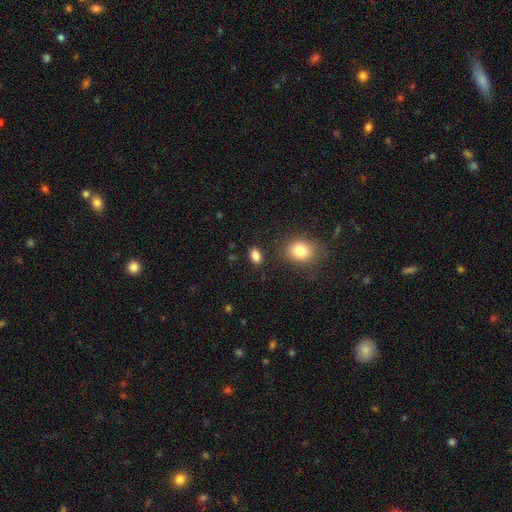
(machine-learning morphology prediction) smooth 85%, star or artifact 11%, featured or disk 4%. Down the decision tree: how rounded — in between (79%); merging — none (84%).